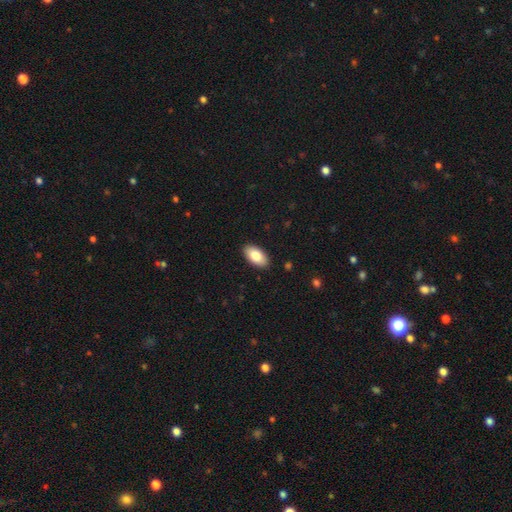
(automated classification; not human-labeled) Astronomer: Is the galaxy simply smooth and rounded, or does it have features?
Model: smooth — 83%.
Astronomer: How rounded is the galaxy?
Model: in between — 95%.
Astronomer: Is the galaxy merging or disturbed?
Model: none — 90%.